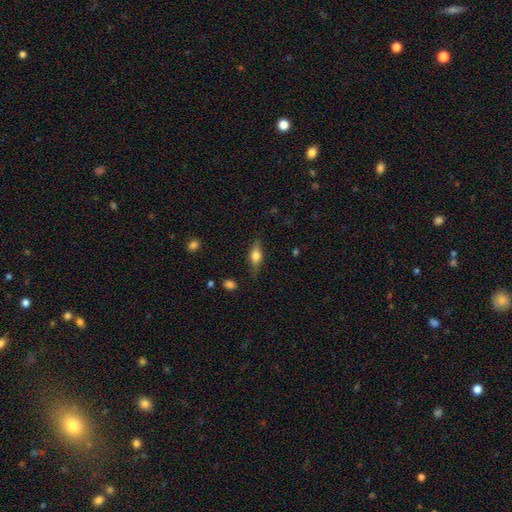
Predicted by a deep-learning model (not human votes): The model was most divided on "smooth or featured": smooth: 55%, featured or disk: 37%, star or artifact: 8%. More confident: merging — none (77%); how rounded — in between (69%).